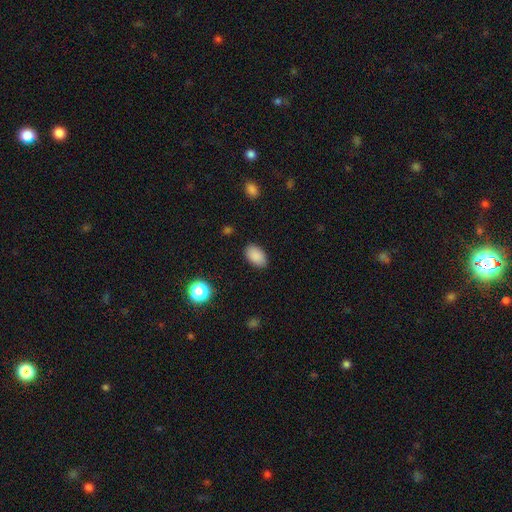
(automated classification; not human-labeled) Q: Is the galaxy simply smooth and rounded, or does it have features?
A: smooth — 88%.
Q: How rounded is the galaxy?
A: in between — 92%.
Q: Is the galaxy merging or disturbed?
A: none — 86%.